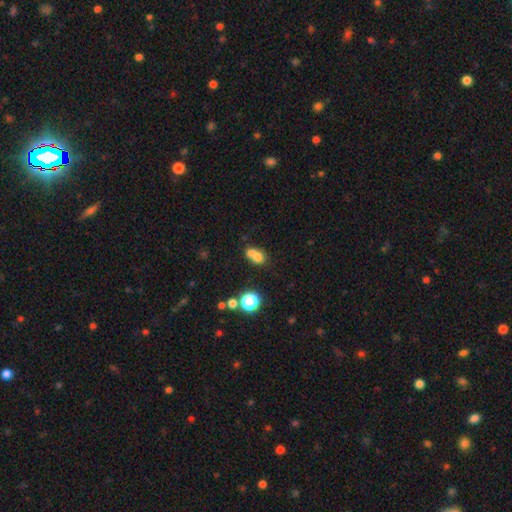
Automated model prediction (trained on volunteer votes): Smooth or featured: smooth — 69% (featured or disk — 16%)
How rounded: round — 59% (in between — 39%)
Merging: merger — 59% (none — 29%)